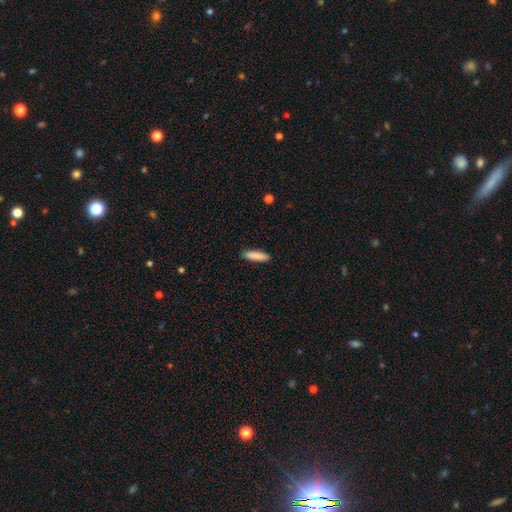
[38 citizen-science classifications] A smooth galaxy with no disk features (84%) that is cigar-shaped (84%). Merging: none (97%).